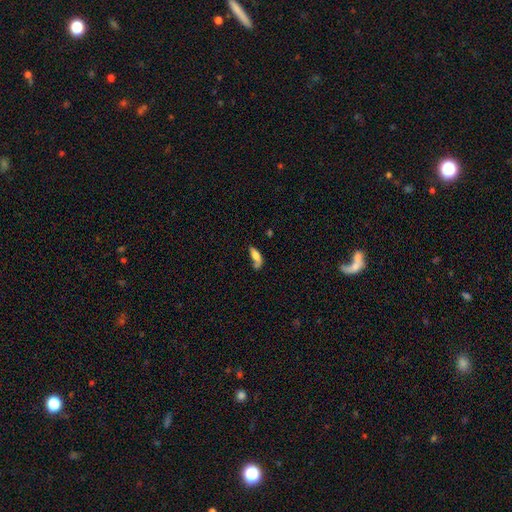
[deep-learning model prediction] A smooth galaxy with no disk features (71%) that is in between round and cigar-shaped (69%).

Vote fractions:
- Smooth or featured? smooth: 71% / featured or disk: 20% / star or artifact: 9%
- How rounded? in between: 69% / cigar-shaped: 27% / round: 3%
- Merging? none: 37% / minor disturbance: 23% / merger: 22% / major disturbance: 17%